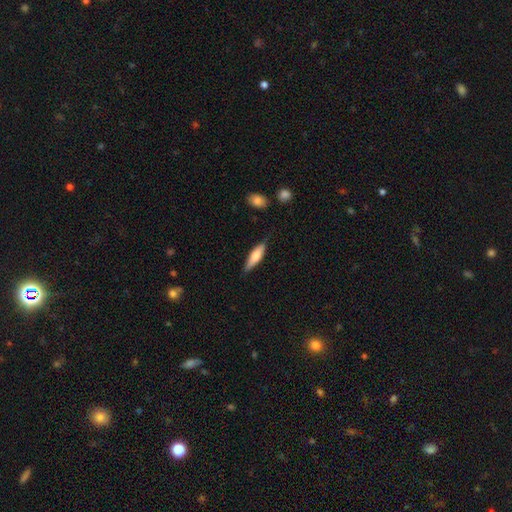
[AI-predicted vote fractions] The model was most divided on "how rounded": cigar-shaped: 63%, in between: 36%, round: 2%. More confident: merging — none (79%); smooth or featured — smooth (64%).